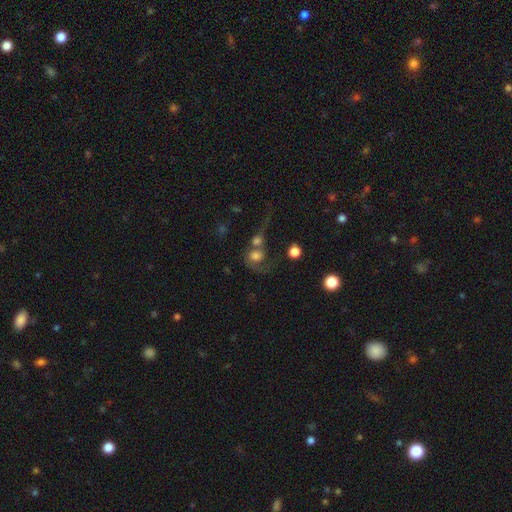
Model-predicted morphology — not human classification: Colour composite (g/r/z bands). It shows a smooth galaxy with no disk features (53%) that is round (66%). Merging: merger (58%).